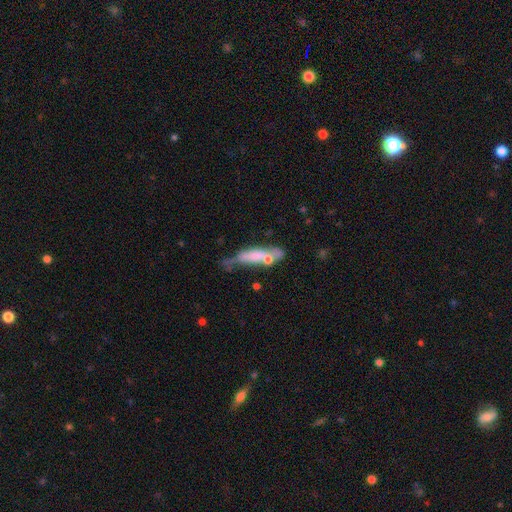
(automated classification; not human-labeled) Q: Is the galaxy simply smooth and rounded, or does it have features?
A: smooth — 56%.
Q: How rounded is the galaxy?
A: cigar-shaped — 64%.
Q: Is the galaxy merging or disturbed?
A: none — 29%.